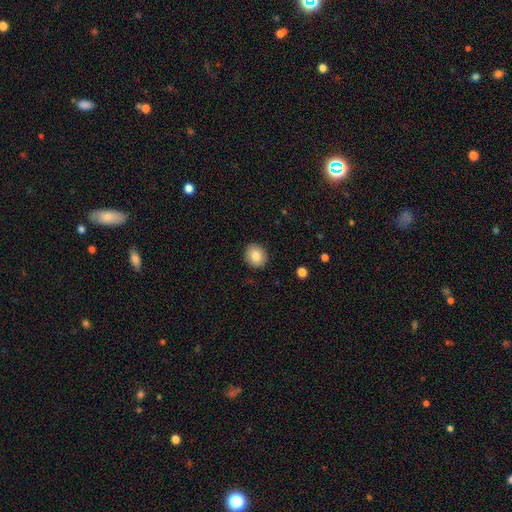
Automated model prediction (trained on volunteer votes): Smooth or featured: smooth — 84% (star or artifact — 8%)
How rounded: round — 76% (in between — 23%)
Merging: none — 90% (minor disturbance — 7%)